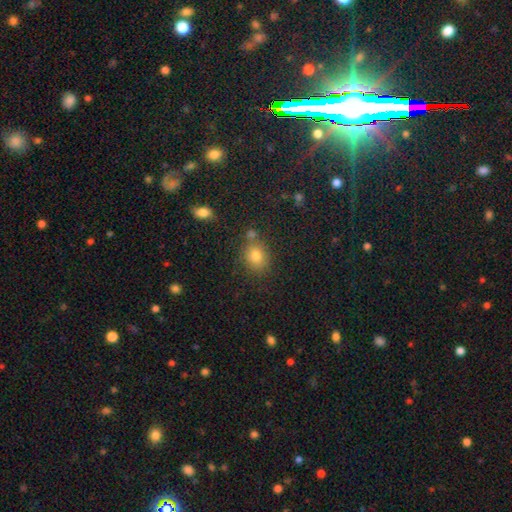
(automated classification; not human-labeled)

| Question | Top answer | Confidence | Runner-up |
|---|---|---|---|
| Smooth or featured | smooth | 78% | star or artifact (14%) |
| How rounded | round | 53% | in between (46%) |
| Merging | none | 70% | minor disturbance (13%) |